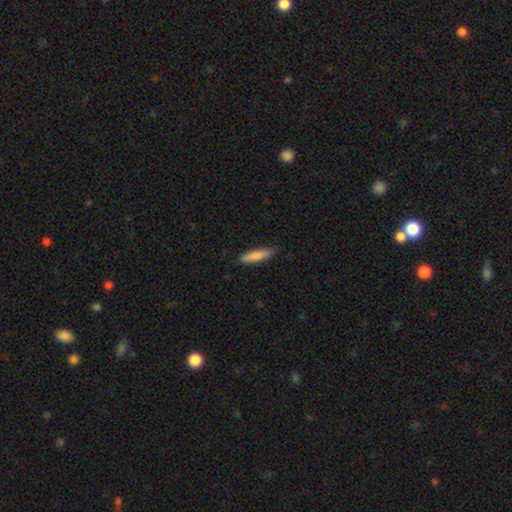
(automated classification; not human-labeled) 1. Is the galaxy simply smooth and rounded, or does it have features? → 85% smooth, 10% featured or disk, 6% star or artifact.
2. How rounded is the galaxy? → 73% cigar-shaped, 26% in between, 1% round.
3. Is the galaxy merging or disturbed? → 81% none, 16% minor disturbance, 2% major disturbance, 1% merger.